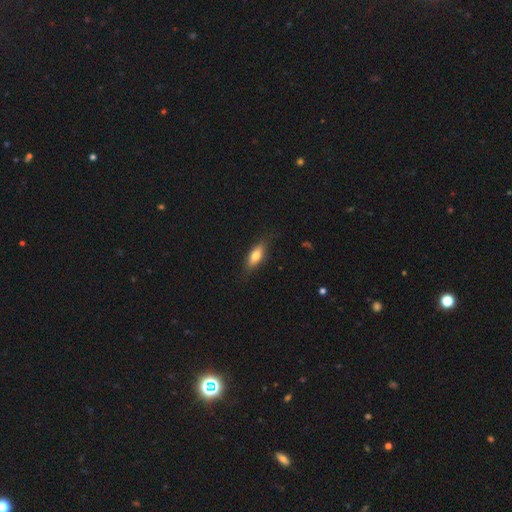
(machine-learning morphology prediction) type=smooth (70%); roundness=in between (67%); merging=none (80%).